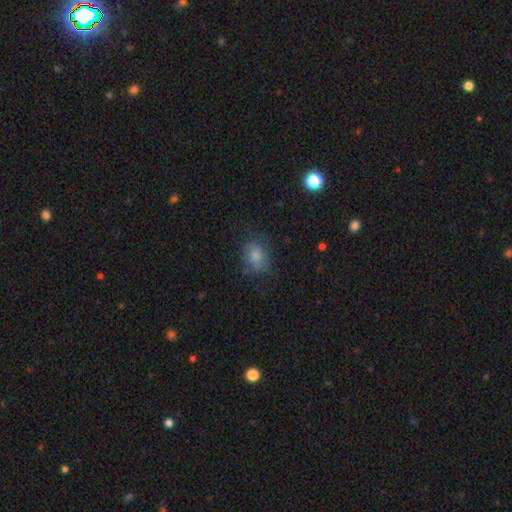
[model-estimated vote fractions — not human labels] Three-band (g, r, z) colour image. It shows a smooth galaxy with no disk features (71%) that is in between round and cigar-shaped (61%). Merging: none (71%).